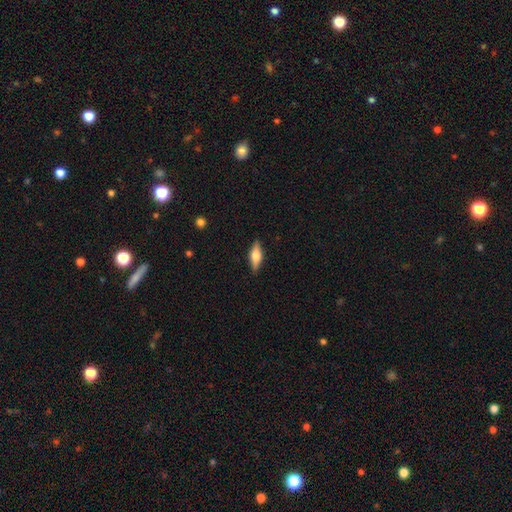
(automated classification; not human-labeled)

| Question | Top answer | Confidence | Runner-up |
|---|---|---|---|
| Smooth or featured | featured or disk | 50% | smooth (43%) |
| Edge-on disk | yes | 94% | no (6%) |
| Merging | none | 87% | minor disturbance (10%) |